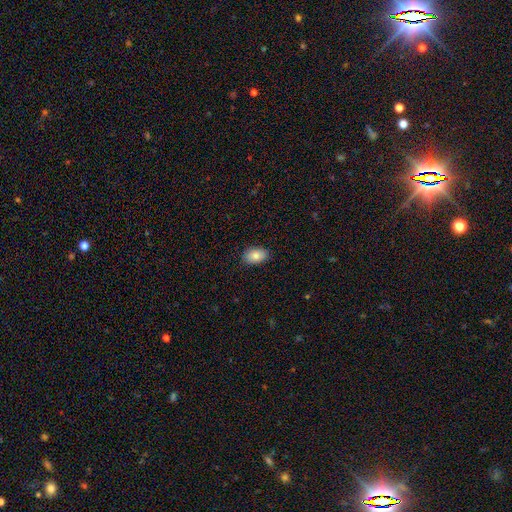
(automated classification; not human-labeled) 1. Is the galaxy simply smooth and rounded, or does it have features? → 84% smooth, 9% featured or disk, 8% star or artifact.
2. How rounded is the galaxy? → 88% in between, 10% round, 1% cigar-shaped.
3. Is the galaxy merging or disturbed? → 87% none, 10% minor disturbance, 2% major disturbance, 1% merger.